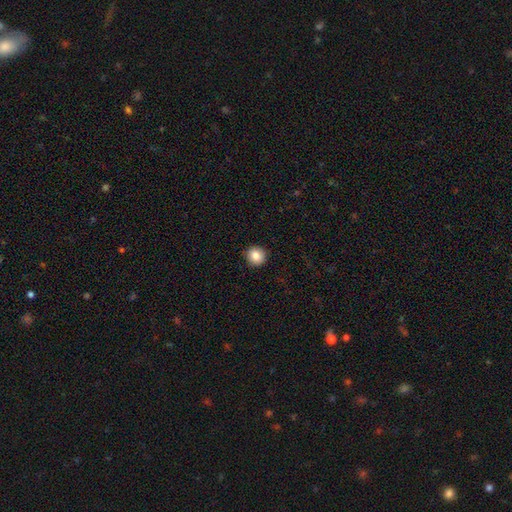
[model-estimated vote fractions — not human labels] Morphology: type=smooth (85%); roundness=round (92%); merging=none (92%).